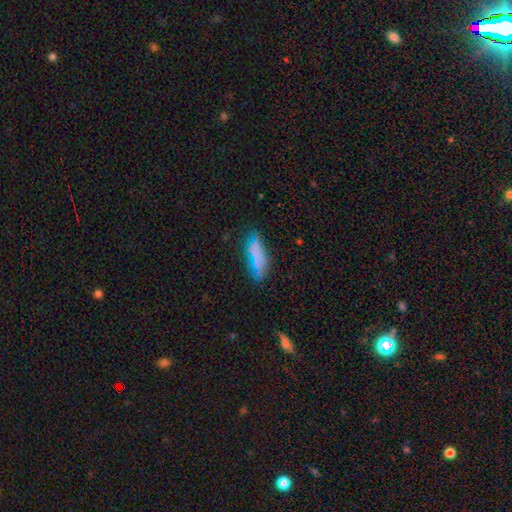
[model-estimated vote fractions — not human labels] Overall: smooth (64%). How rounded: in between (51%; cigar-shaped 46%). Merging: none (64%).